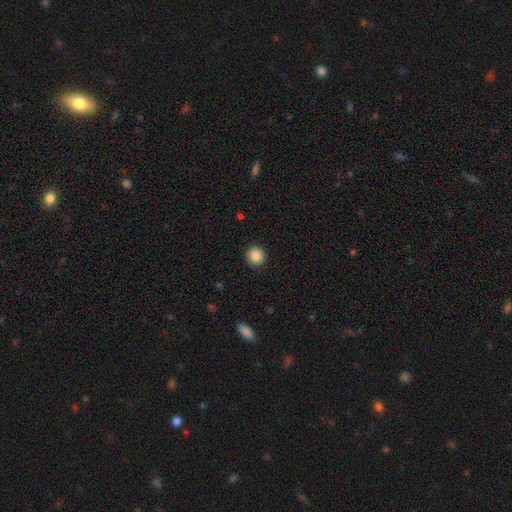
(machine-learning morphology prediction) type=smooth (88%); roundness=round (94%); merging=none (92%).